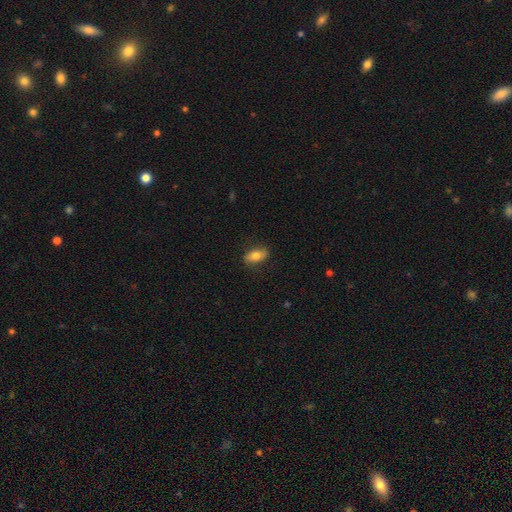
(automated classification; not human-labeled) Smooth or featured?
  - smooth: 73% *
  - featured or disk: 20%
  - star or artifact: 7%
How rounded?
  - in between: 84% *
  - cigar-shaped: 10%
  - round: 6%
Merging?
  - none: 81% *
  - minor disturbance: 14%
  - major disturbance: 3%
  - merger: 1%